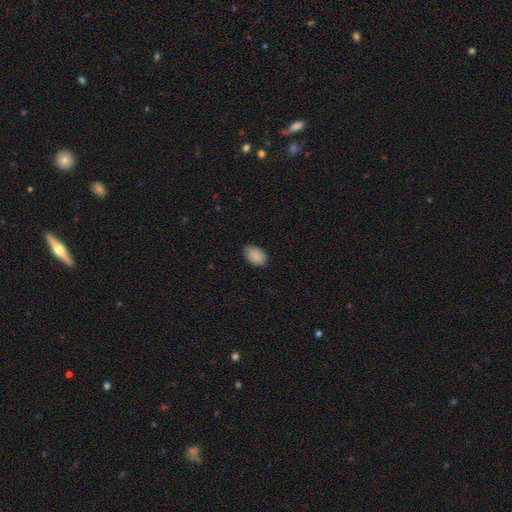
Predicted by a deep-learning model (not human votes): smooth 89%, star or artifact 7%, featured or disk 4%. Down the decision tree: how rounded — in between (88%); merging — none (82%).